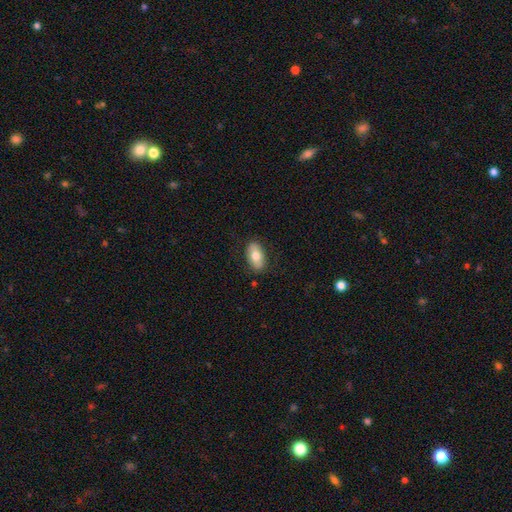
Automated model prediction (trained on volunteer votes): A smooth galaxy with no disk features (72%) that is in between round and cigar-shaped (91%). Merging: none (85%).